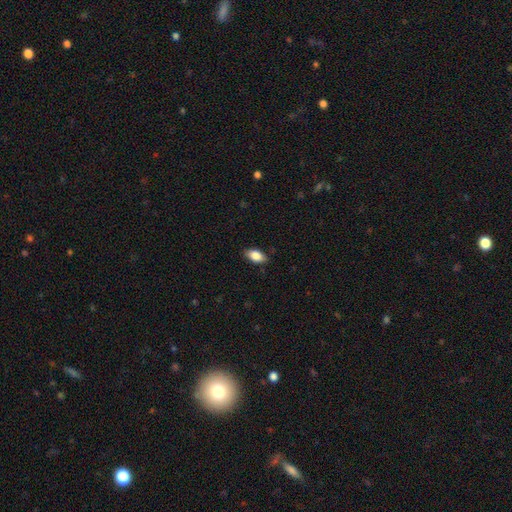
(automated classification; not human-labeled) smooth-or-featured: smooth: 84% | featured or disk: 9% | star or artifact: 7%
  how-rounded: in between: 91% | cigar-shaped: 5% | round: 4%
  merging: none: 85% | minor disturbance: 12% | major disturbance: 2% | merger: 1%